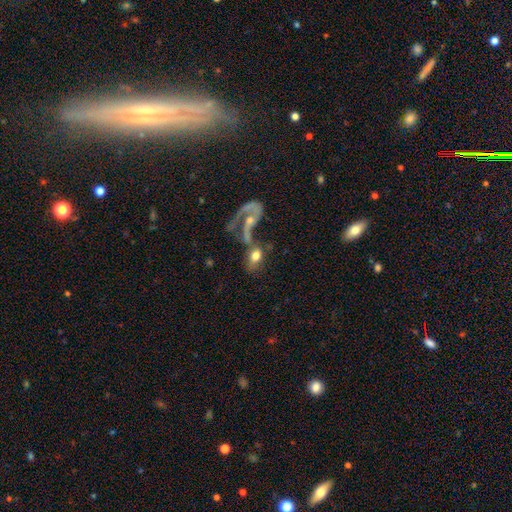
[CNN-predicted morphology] The model was most divided on "smooth or featured": smooth: 58%, featured or disk: 34%, star or artifact: 8%. More confident: how rounded — in between (82%); merging — merger (51%).